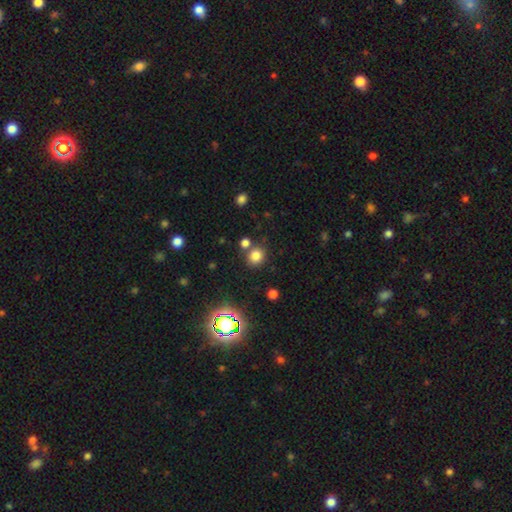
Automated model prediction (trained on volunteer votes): smooth-or-featured: smooth: 77% | star or artifact: 17% | featured or disk: 6%
  how-rounded: round: 82% | in between: 17% | cigar-shaped: 1%
  merging: none: 73% | merger: 15% | minor disturbance: 9% | major disturbance: 3%